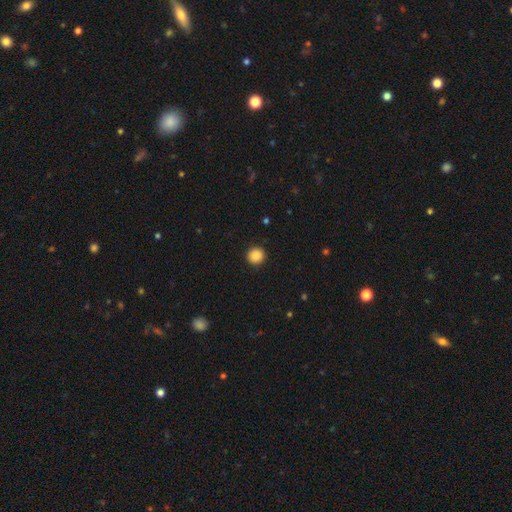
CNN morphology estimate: Overall: smooth (88%). How rounded: round (94%). Merging: none (92%).